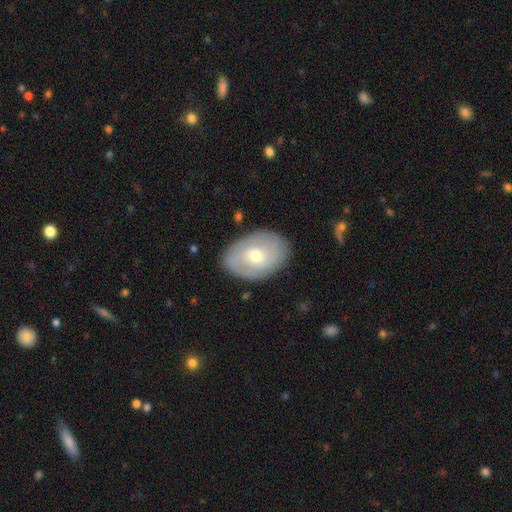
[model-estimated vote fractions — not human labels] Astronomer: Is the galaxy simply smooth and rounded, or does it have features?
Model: featured or disk — 53% (runner-up: smooth, 40%).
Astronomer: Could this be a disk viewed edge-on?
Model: no — 93%.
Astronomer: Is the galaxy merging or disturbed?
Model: none — 82%.